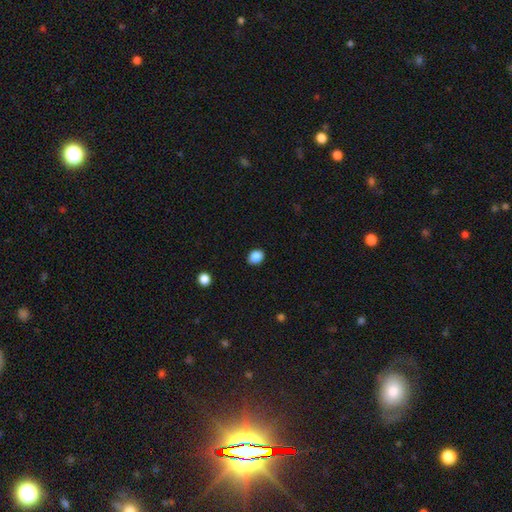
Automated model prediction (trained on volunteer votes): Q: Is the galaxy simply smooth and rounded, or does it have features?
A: smooth — 87%.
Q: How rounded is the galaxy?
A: in between — 54%.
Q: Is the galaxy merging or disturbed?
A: none — 87%.